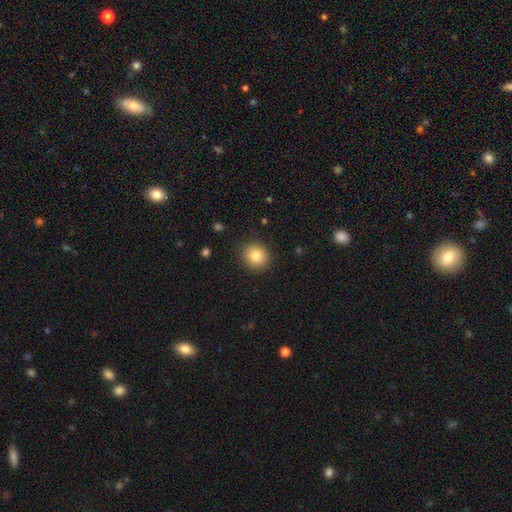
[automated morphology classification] A smooth galaxy with no disk features (82%) that is round (84%). Merging: none (89%).